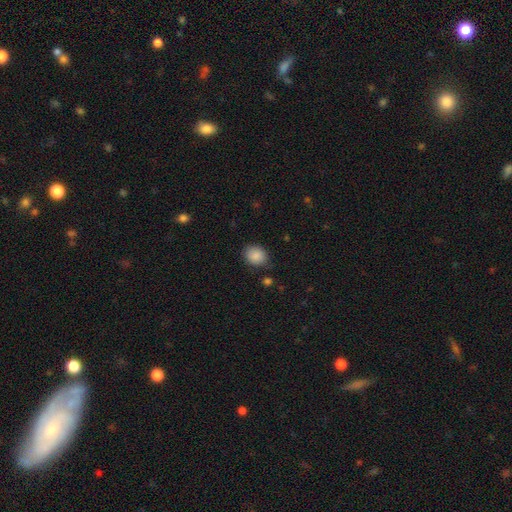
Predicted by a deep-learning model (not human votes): smooth 88%, star or artifact 8%, featured or disk 4%. Down the decision tree: how rounded — round (59%); merging — none (81%).